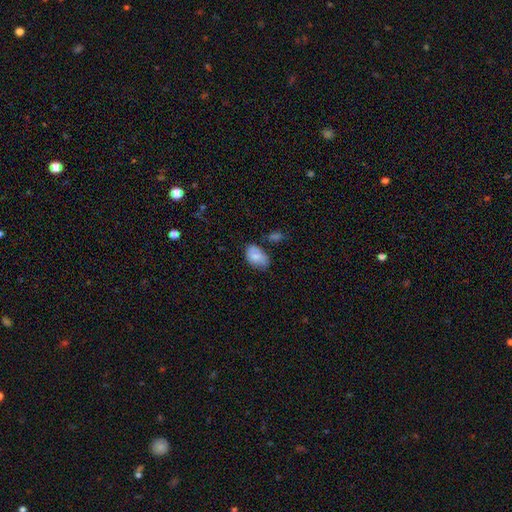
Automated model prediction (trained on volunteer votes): This appears to be a smooth galaxy with no disk features (77%) that is in between round and cigar-shaped (89%). Merging: none (55%).